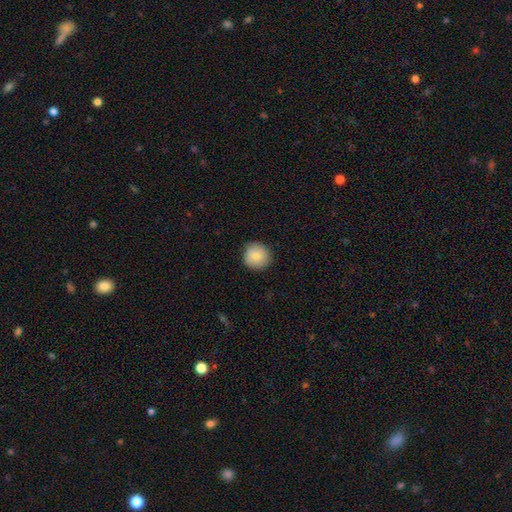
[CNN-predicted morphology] smooth 86%, featured or disk 7%, star or artifact 7%. Down the decision tree: how rounded — round (93%); merging — none (86%).